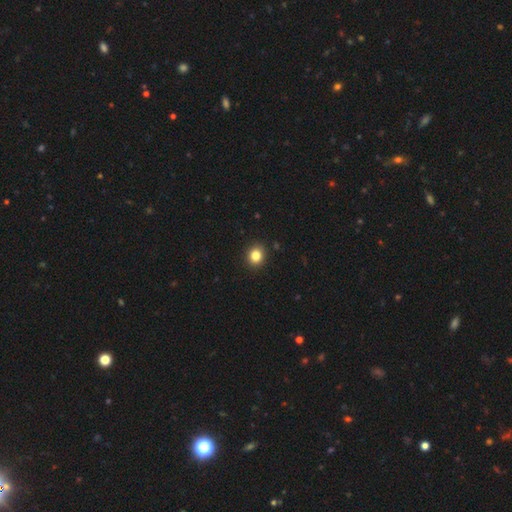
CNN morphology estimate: smooth_or_featured: smooth (p=0.84) [alt: star or artifact p=0.11]
how_rounded: round (p=0.73) [alt: in between p=0.26]
merging: none (p=0.91) [alt: minor disturbance p=0.06]